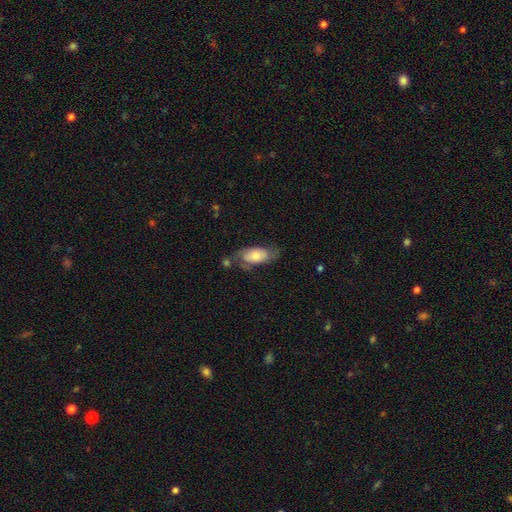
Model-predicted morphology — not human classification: Smooth or featured? smooth (64%)
How rounded? in between (89%)
Merging? none (50%)